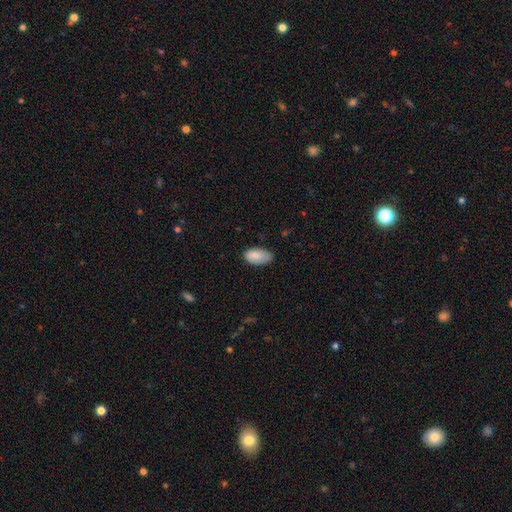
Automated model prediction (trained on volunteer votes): smooth 86%, featured or disk 7%, star or artifact 7%. Down the decision tree: how rounded — in between (94%); merging — none (66%).